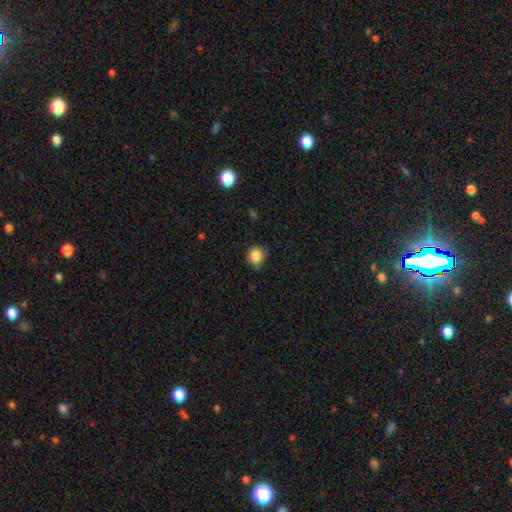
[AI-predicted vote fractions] smooth-or-featured: smooth: 85% | star or artifact: 10% | featured or disk: 5%
  how-rounded: round: 88% | in between: 11% | cigar-shaped: 1%
  merging: none: 72% | minor disturbance: 23% | major disturbance: 4% | merger: 2%